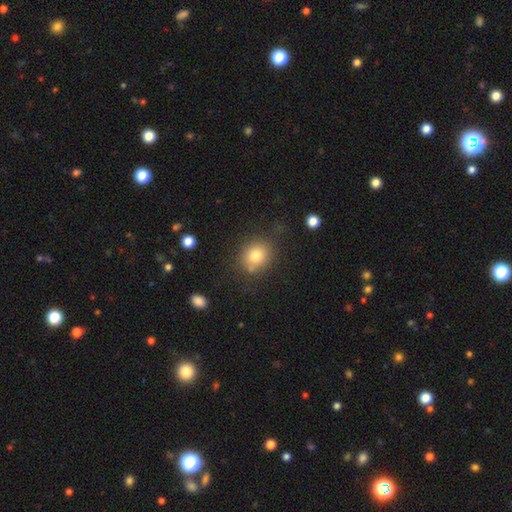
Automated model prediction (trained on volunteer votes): This appears to be a smooth galaxy with no disk features (78%) that is round (73%). Merging: none (75%).